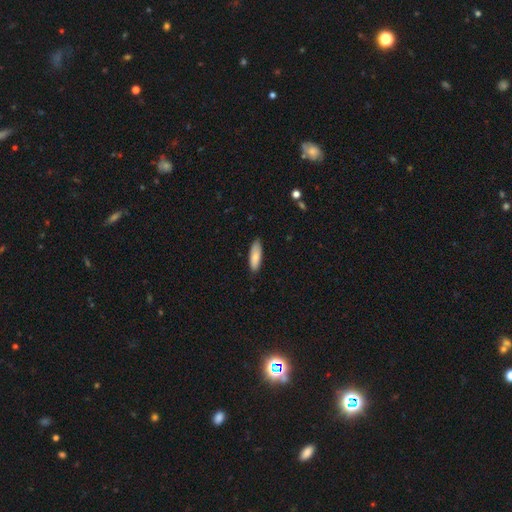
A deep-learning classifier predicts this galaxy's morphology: Overall: smooth (84%). How rounded: in between (59%; cigar-shaped 39%). Merging: none (84%).